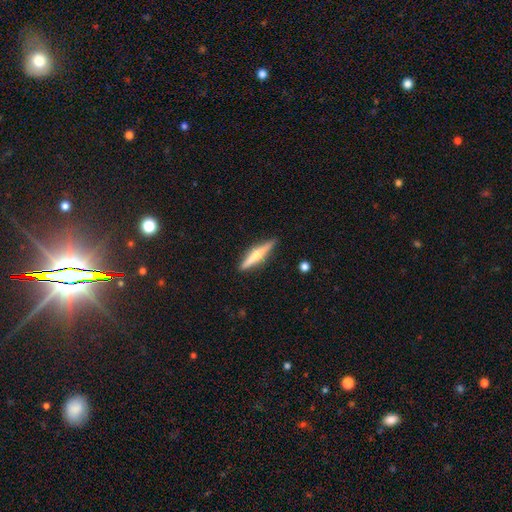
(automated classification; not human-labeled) Smooth or featured?
  - featured or disk: 55% *
  - smooth: 39%
  - star or artifact: 6%
Edge-on disk?
  - yes: 97% *
  - no: 3%
Edge-on bulge?
  - rounded: 75% *
  - none: 16%
  - boxy: 10%
Merging?
  - none: 89% *
  - minor disturbance: 8%
  - major disturbance: 2%
  - merger: 1%